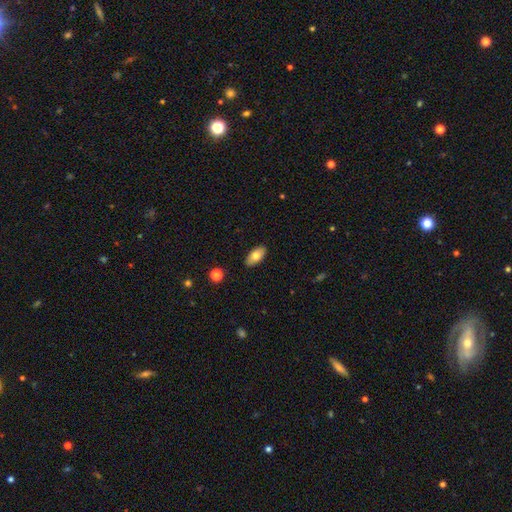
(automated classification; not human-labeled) Q: Smooth or featured?
A: smooth (76%); runner-up: featured or disk (17%)
Q: How rounded?
A: in between (92%); runner-up: cigar-shaped (5%)
Q: Merging?
A: none (88%); runner-up: minor disturbance (9%)